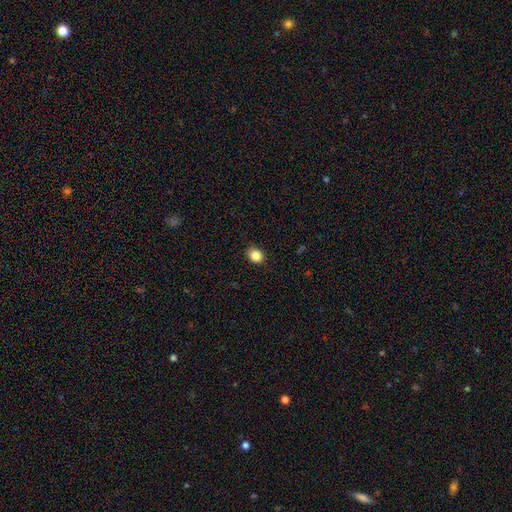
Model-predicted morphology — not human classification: smooth_or_featured: smooth (p=0.86) [alt: star or artifact p=0.10]
how_rounded: round (p=0.54) [alt: in between p=0.45]
merging: none (p=0.89) [alt: minor disturbance p=0.08]